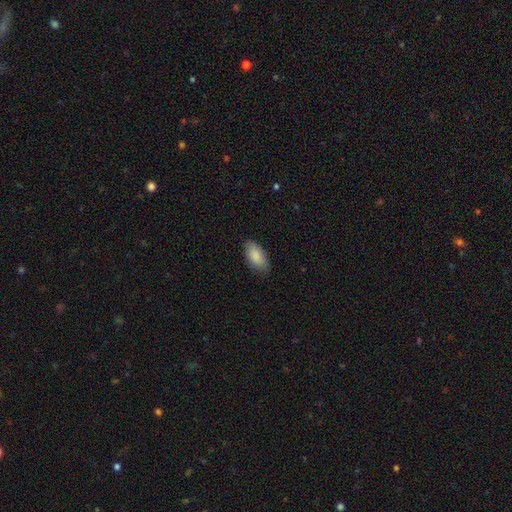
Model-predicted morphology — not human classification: smooth 87%, featured or disk 7%, star or artifact 6%. Down the decision tree: how rounded — in between (93%); merging — none (81%).